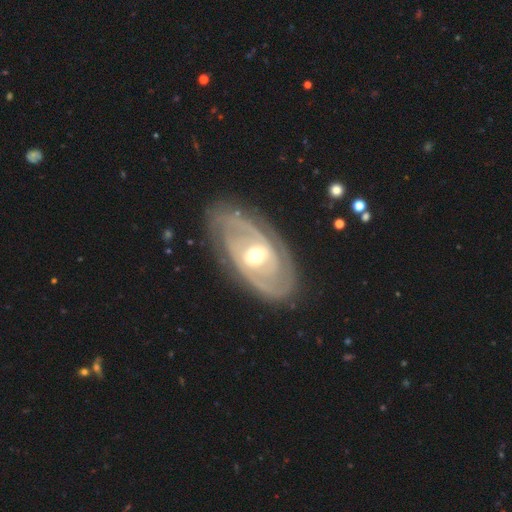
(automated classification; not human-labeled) This is clearly a featured or disk galaxy (87%). It is clearly not viewed edge-on (94%). Bar: marginally no (43%). Spiral arm pattern: clearly yes (91%). Spiral arm count: likely 2 (66%). Spiral winding: likely tight (60%). Central bulge: likely moderate (67%). Merging: likely none (80%).